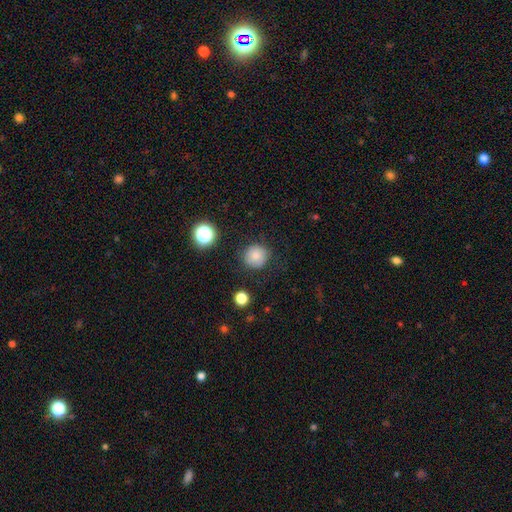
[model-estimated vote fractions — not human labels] A smooth galaxy with no disk features (82%) that is round (93%).

Vote fractions:
- Smooth or featured? smooth: 82% / star or artifact: 12% / featured or disk: 7%
- How rounded? round: 93% / in between: 6% / cigar-shaped: 1%
- Merging? none: 85% / minor disturbance: 10% / major disturbance: 3% / merger: 2%